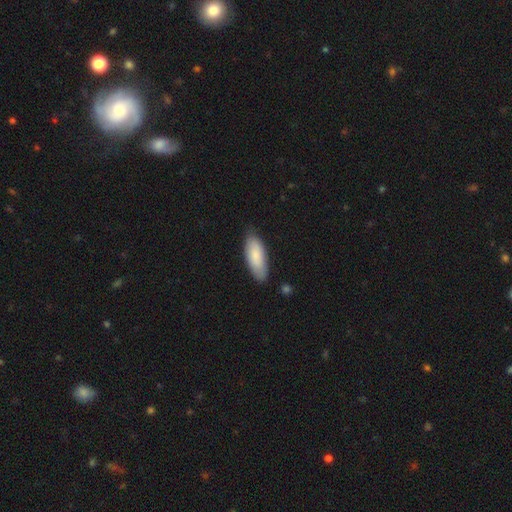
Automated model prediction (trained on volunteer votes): Overall: smooth (84%). How rounded: in between (78%). Merging: none (80%).